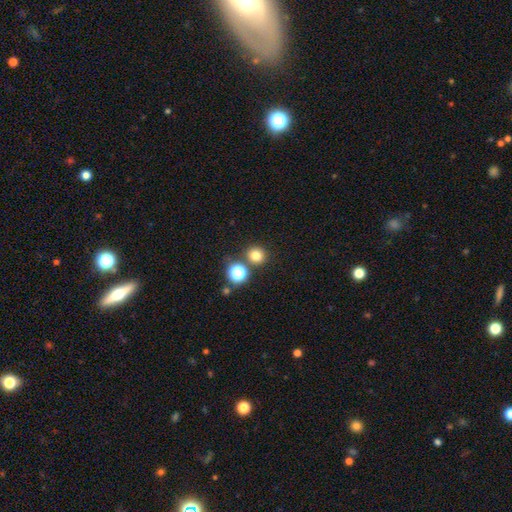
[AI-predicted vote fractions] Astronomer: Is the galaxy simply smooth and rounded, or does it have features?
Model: smooth — 77%.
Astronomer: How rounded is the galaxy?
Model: round — 89%.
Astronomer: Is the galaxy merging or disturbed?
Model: none — 82%.